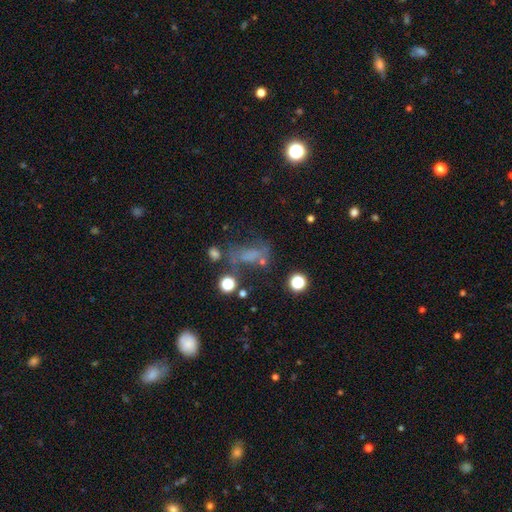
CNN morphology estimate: This is marginally a smooth galaxy (40%). Merging: marginally none (37%).